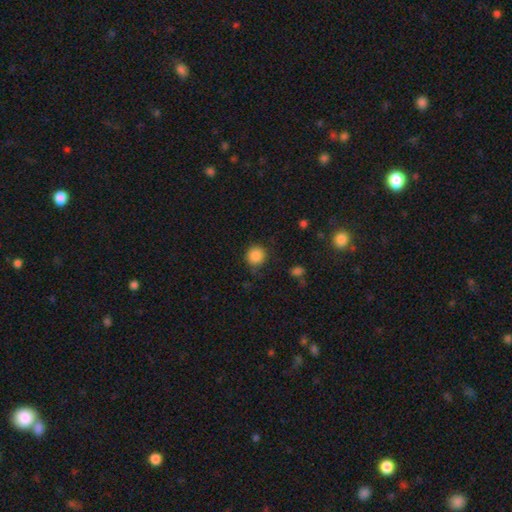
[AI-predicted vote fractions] This appears to be a smooth galaxy with no disk features (87%) that is round (92%). Merging: none (83%).